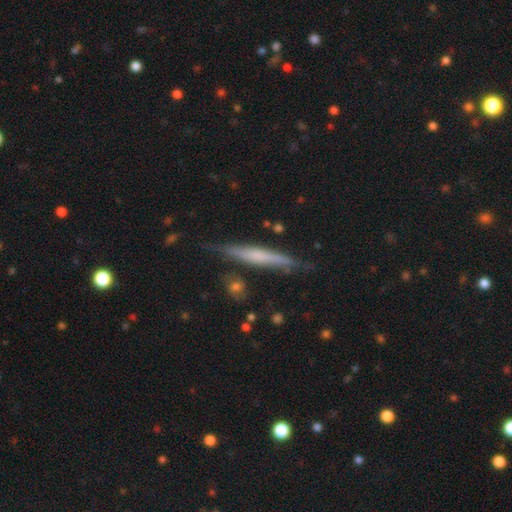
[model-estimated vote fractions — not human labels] Smooth or featured? featured or disk (50%)
Edge-on disk? yes (94%)
Merging? none (79%)